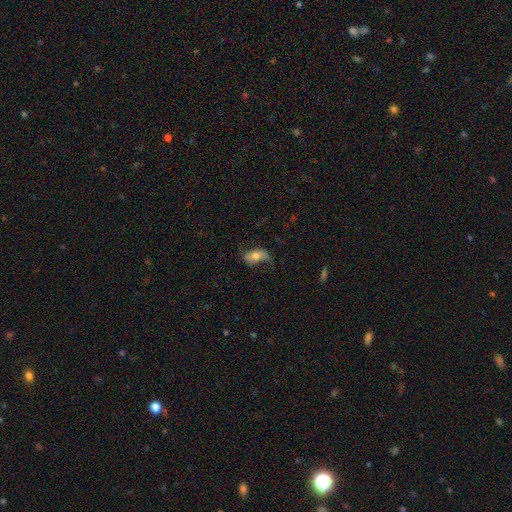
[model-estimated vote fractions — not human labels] Smooth or featured? Predicted: featured or disk (p=0.49). Merging? Predicted: none (p=0.57).